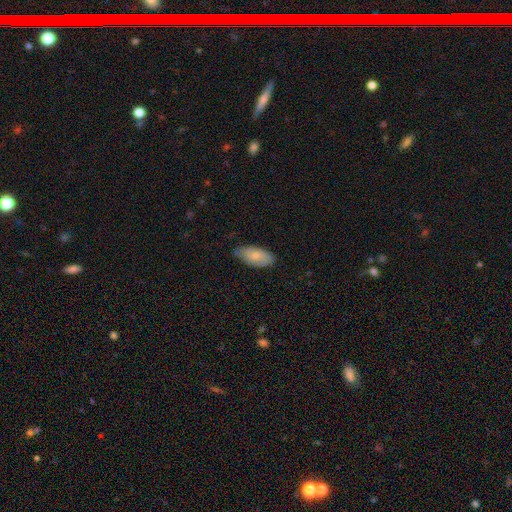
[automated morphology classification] smooth 73%, featured or disk 21%, star or artifact 6%. Down the decision tree: how rounded — in between (92%); merging — none (69%).